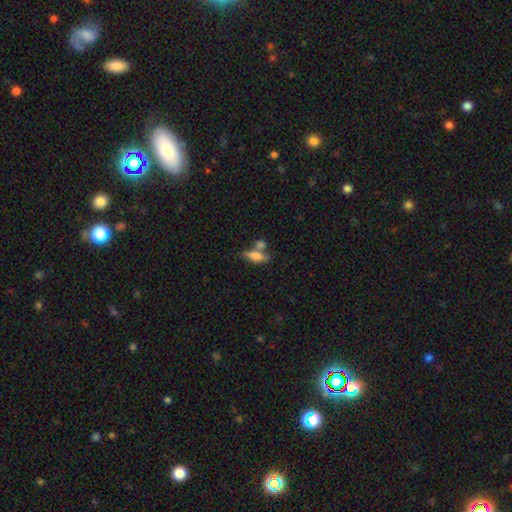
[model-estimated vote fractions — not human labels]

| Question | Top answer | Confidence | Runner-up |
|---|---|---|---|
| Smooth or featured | smooth | 65% | featured or disk (26%) |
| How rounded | in between | 58% | cigar-shaped (37%) |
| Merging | none | 51% | merger (31%) |